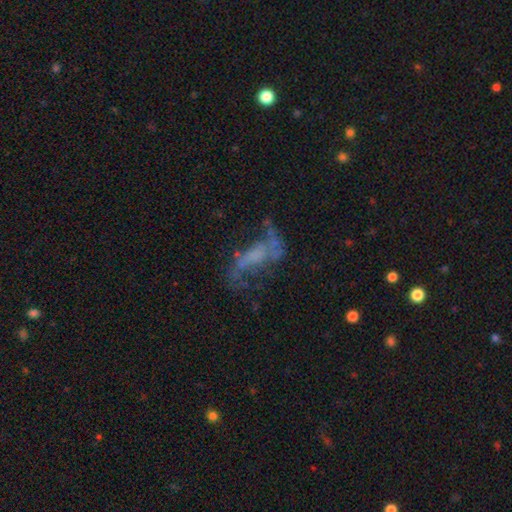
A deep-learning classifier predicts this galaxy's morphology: Smooth or featured: featured or disk — 69% (smooth — 18%)
Edge-on disk: no — 93% (yes — 7%)
Bar: no — 50% (weak — 32%)
Spiral arms: yes — 70% (no — 30%)
Bulge size: none — 63% (small — 17%)
Merging: none — 44% (major disturbance — 31%)